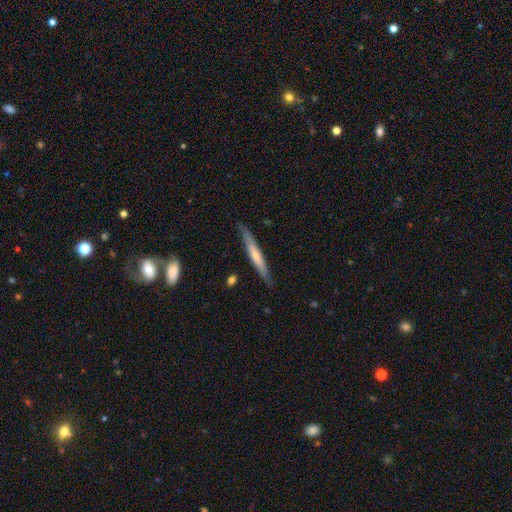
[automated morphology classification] type=smooth (49%); merging=none (86%).